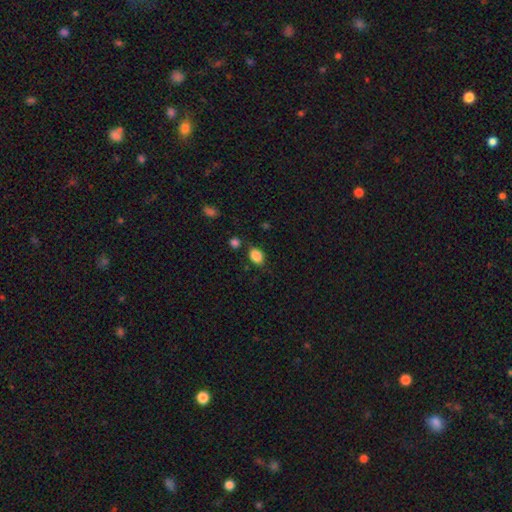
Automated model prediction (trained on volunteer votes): A smooth galaxy with no disk features (85%) that is in between round and cigar-shaped (70%). Merging: none (73%).